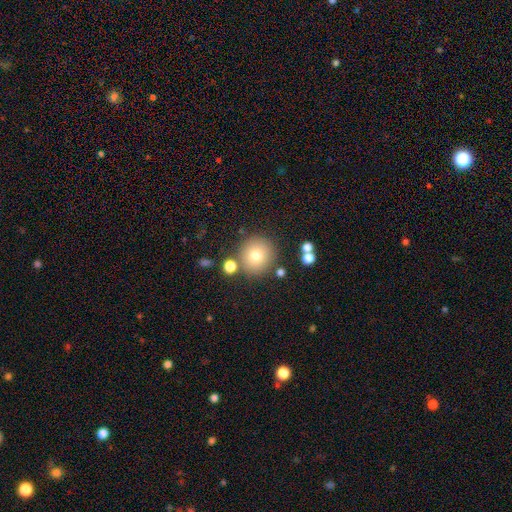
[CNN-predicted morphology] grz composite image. It shows a smooth galaxy with no disk features (75%) that is round (92%). Merging: none (81%).